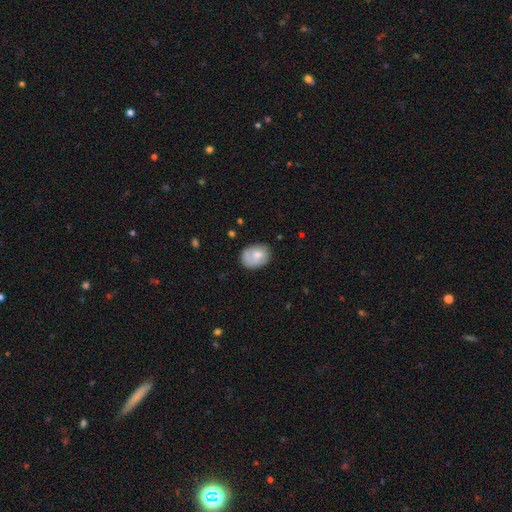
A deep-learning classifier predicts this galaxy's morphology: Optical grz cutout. It shows a smooth galaxy with no disk features (69%) that is in between round and cigar-shaped (62%). Merging: none (61%).